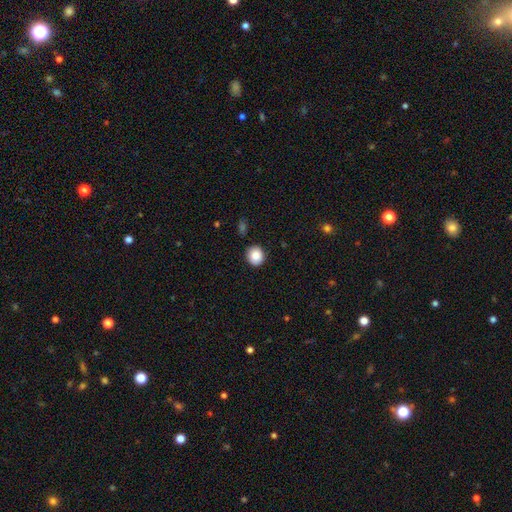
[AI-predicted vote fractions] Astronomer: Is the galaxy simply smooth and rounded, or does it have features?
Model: smooth — 87%.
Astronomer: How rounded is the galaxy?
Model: round — 84%.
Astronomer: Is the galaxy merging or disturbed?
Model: none — 88%.